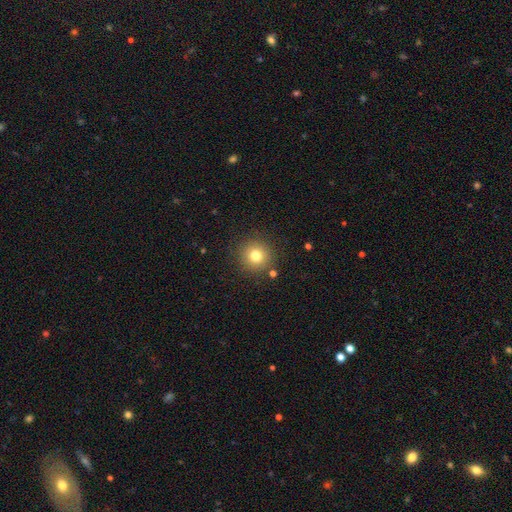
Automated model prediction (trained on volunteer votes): Q: Smooth or featured?
A: smooth (79%); runner-up: star or artifact (13%)
Q: How rounded?
A: round (94%); runner-up: in between (5%)
Q: Merging?
A: none (88%); runner-up: minor disturbance (7%)